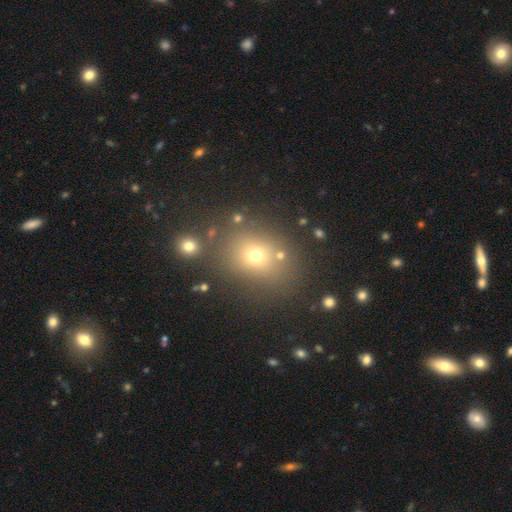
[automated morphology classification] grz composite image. It shows a smooth galaxy with no disk features (65%) that is round (60%). Merging: none (77%).